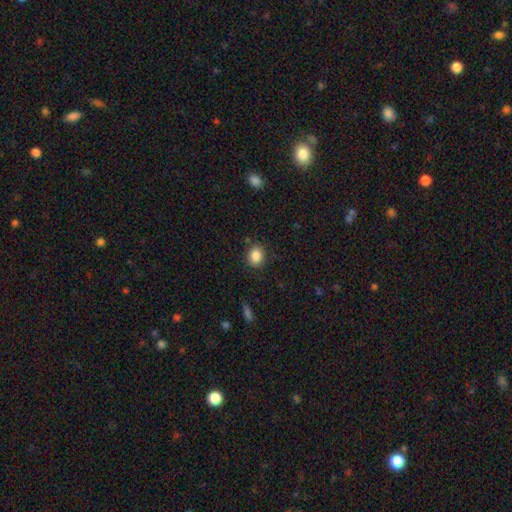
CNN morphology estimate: type=smooth (87%); roundness=round (56%); merging=none (85%).